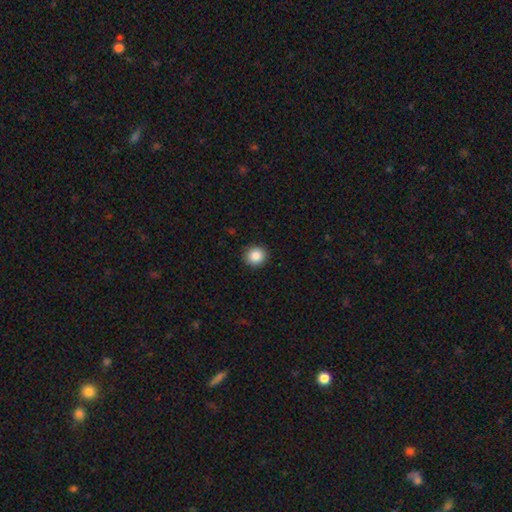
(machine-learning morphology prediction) type=smooth (87%); roundness=round (90%); merging=none (92%).